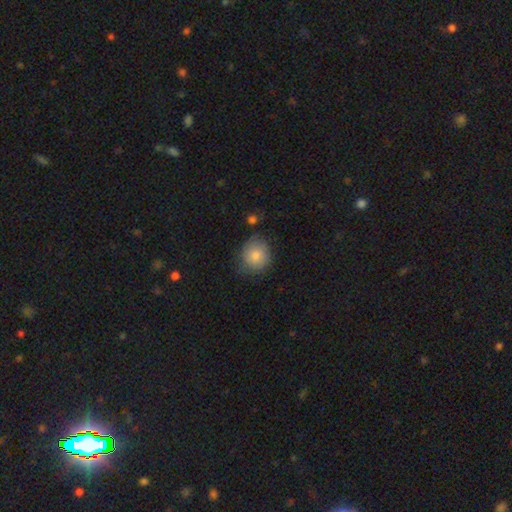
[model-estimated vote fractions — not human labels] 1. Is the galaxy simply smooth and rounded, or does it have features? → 83% smooth, 10% featured or disk, 7% star or artifact.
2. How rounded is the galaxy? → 83% round, 16% in between, 1% cigar-shaped.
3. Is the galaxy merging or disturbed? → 66% none, 25% minor disturbance, 5% major disturbance, 4% merger.